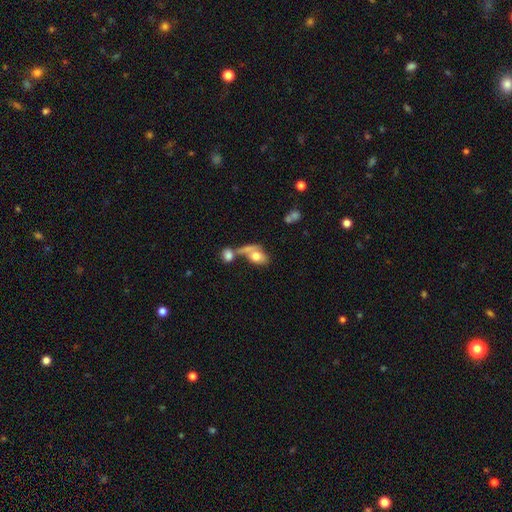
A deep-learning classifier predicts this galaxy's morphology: A smooth galaxy with no disk features (69%) that is in between round and cigar-shaped (82%). Merging: merger (48%).